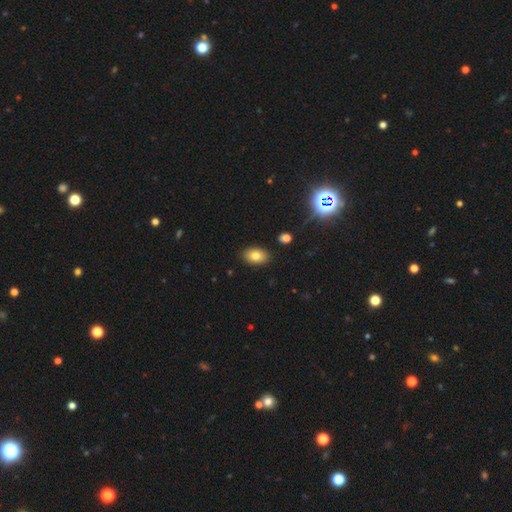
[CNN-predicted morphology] A smooth galaxy with no disk features (79%) that is in between round and cigar-shaped (88%). Merging: none (88%).